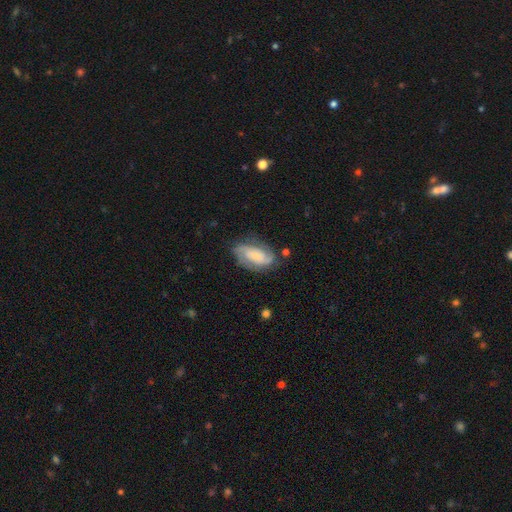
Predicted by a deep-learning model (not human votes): This is likely a featured or disk galaxy (77%). It is clearly not viewed edge-on (96%). Bar: possibly no (54%). Spiral arm pattern: clearly yes (95%). Spiral arm count: likely 2 (69%). Spiral winding: marginally tight (44%). Central bulge: possibly small (55%). Merging: likely none (71%).